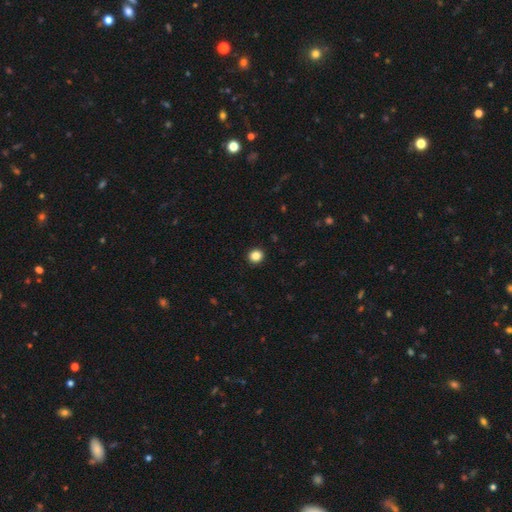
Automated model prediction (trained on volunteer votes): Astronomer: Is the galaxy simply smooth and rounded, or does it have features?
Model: smooth — 85%.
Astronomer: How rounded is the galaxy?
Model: round — 89%.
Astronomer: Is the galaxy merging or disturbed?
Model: none — 93%.